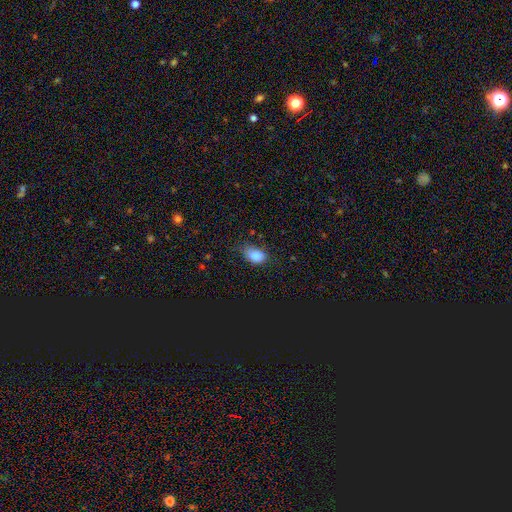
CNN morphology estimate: smooth_or_featured: smooth (p=0.84) [alt: star or artifact p=0.10]
how_rounded: in between (p=0.84) [alt: round p=0.14]
merging: none (p=0.56) [alt: minor disturbance p=0.32]